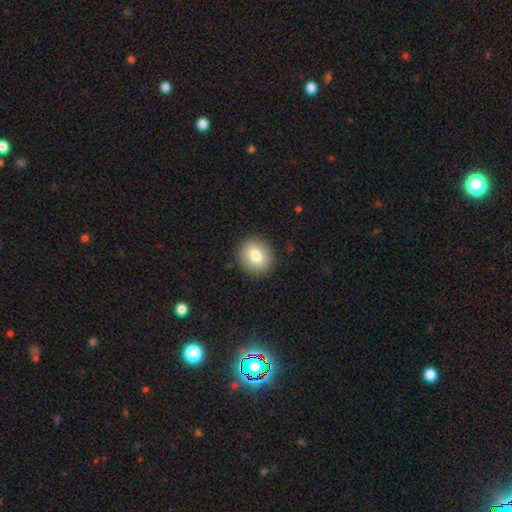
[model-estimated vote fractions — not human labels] smooth_or_featured: smooth (p=0.80) [alt: featured or disk p=0.11]
how_rounded: round (p=0.75) [alt: in between p=0.24]
merging: none (p=0.89) [alt: minor disturbance p=0.07]